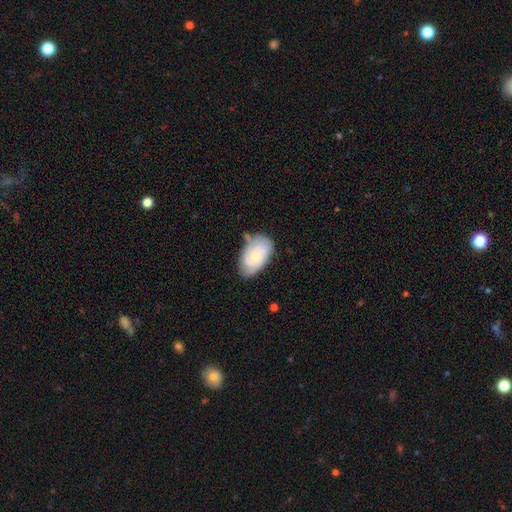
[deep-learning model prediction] Smooth or featured? Predicted: featured or disk (p=0.52). Edge-on disk? Predicted: no (p=0.96). Merging? Predicted: none (p=0.63).